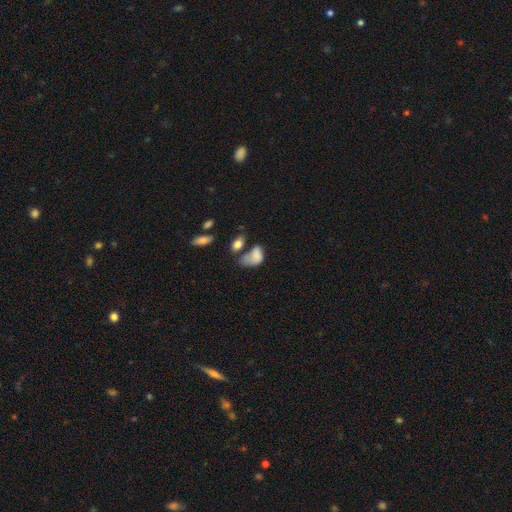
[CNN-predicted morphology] Smooth or featured?
  - smooth: 75% *
  - featured or disk: 15%
  - star or artifact: 10%
How rounded?
  - in between: 87% *
  - round: 12%
  - cigar-shaped: 2%
Merging?
  - major disturbance: 31% *
  - minor disturbance: 25%
  - merger: 24%
  - none: 20%